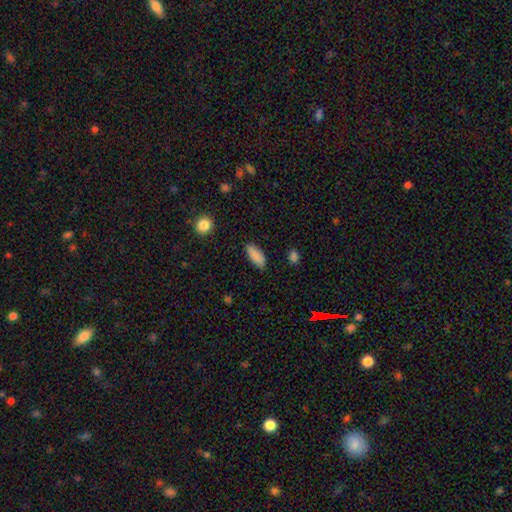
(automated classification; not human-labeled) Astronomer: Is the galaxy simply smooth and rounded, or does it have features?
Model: smooth — 88%.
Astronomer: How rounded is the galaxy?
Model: in between — 78%.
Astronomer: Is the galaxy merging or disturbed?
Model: none — 84%.